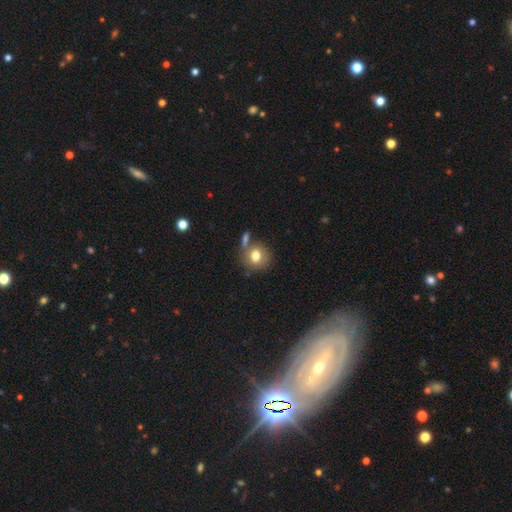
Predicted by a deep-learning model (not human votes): A smooth galaxy with no disk features (76%) that is round (83%).

Vote fractions:
- Smooth or featured? smooth: 76% / featured or disk: 13% / star or artifact: 10%
- How rounded? round: 83% / in between: 16% / cigar-shaped: 1%
- Merging? none: 68% / merger: 15% / minor disturbance: 13% / major disturbance: 4%